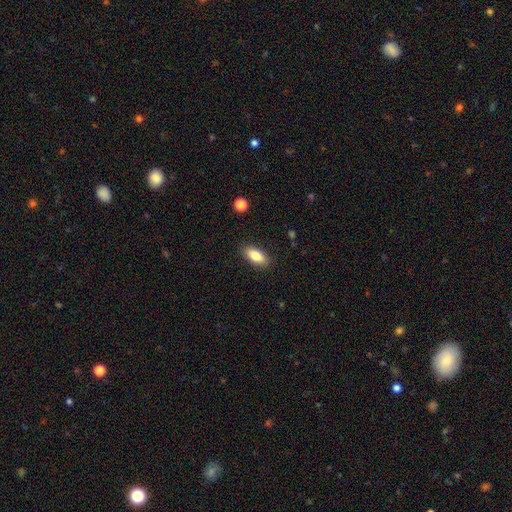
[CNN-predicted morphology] type=smooth (82%); roundness=in between (85%); merging=none (87%).